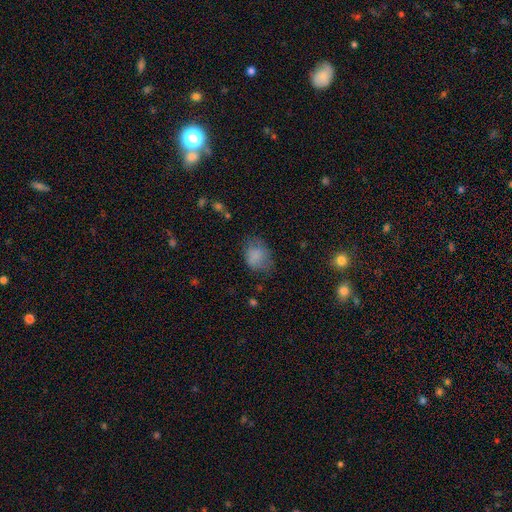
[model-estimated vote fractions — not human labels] Smooth or featured?
  - smooth: 79% *
  - featured or disk: 10%
  - star or artifact: 10%
How rounded?
  - in between: 55% *
  - round: 44%
  - cigar-shaped: 1%
Merging?
  - none: 56% *
  - minor disturbance: 29%
  - major disturbance: 14%
  - merger: 2%